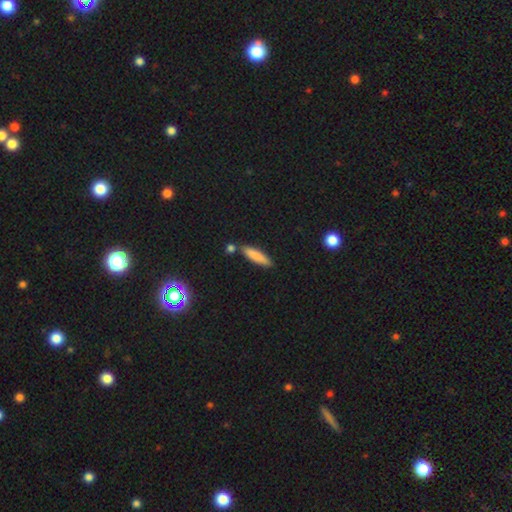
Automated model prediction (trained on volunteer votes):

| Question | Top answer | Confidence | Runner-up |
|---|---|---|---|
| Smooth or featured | smooth | 82% | featured or disk (11%) |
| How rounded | cigar-shaped | 79% | in between (19%) |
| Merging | none | 78% | minor disturbance (11%) |